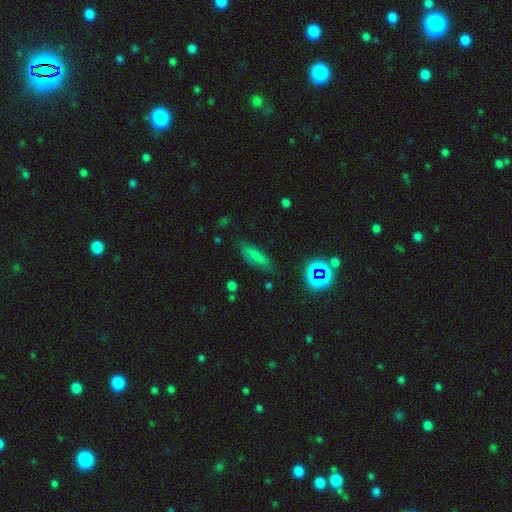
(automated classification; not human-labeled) This appears to be a smooth galaxy with no disk features (66%) that is in between round and cigar-shaped (51%). Merging: none (71%).